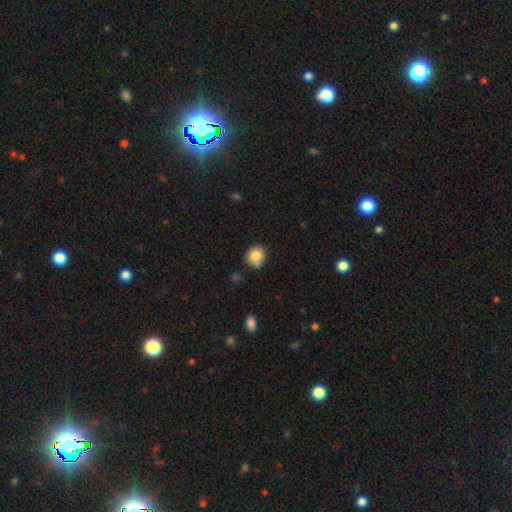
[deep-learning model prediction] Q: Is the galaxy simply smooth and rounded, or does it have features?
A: smooth — 83%.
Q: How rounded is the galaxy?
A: round — 78%.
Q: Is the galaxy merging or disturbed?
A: none — 69%.